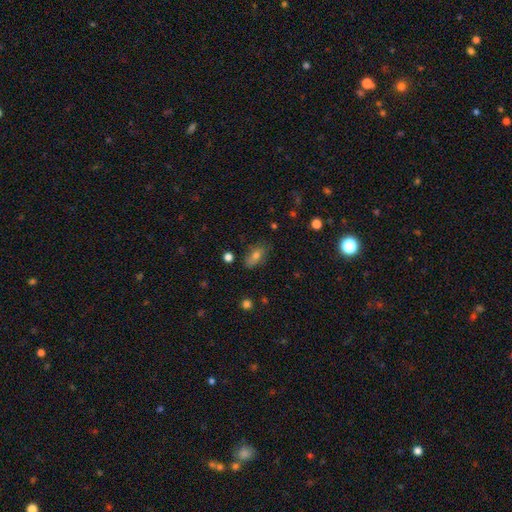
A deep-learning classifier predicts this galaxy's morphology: smooth-or-featured: smooth: 68% | featured or disk: 18% | star or artifact: 14%
  how-rounded: in between: 81% | cigar-shaped: 12% | round: 7%
  merging: none: 76% | minor disturbance: 17% | major disturbance: 4% | merger: 2%